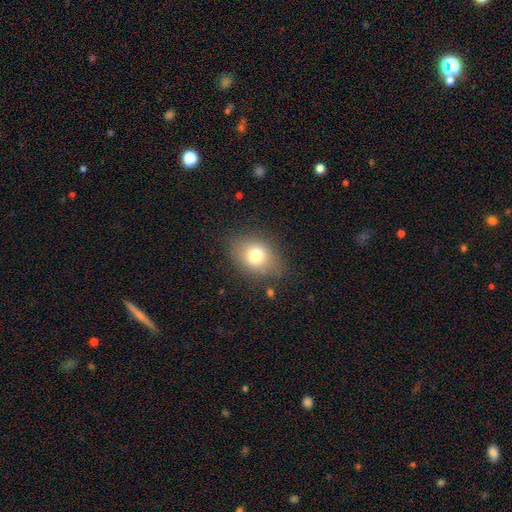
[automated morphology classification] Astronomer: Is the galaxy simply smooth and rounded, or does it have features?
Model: smooth — 76%.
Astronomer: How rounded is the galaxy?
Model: in between — 64%.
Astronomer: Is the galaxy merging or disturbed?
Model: none — 78%.